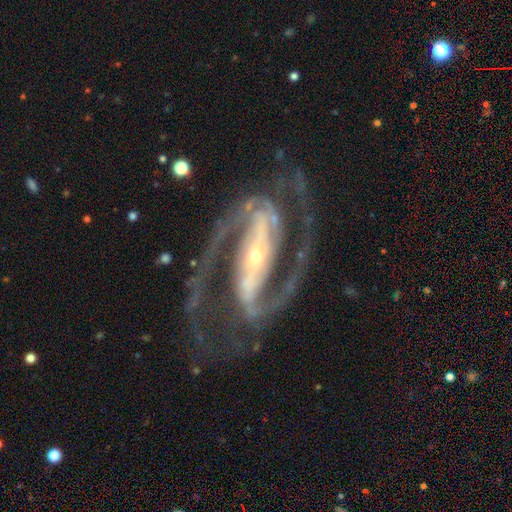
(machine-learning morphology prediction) Overall: featured or disk (93%). Edge-on disk: no (96%). Bar: strong (77%). Spiral arms: yes (98%). Spiral arm count: 2 (93%). Spiral winding: medium (59%; tight 29%). Bulge size: small (71%). Merging: none (75%).